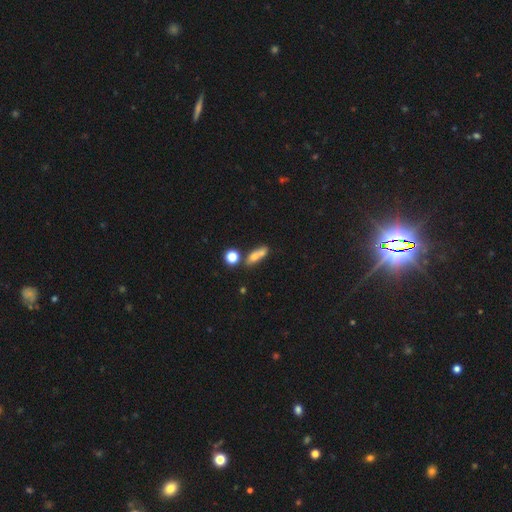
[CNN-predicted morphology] Q: Smooth or featured?
A: smooth (63%); runner-up: featured or disk (24%)
Q: How rounded?
A: in between (46%); runner-up: cigar-shaped (37%)
Q: Merging?
A: none (46%); runner-up: merger (32%)